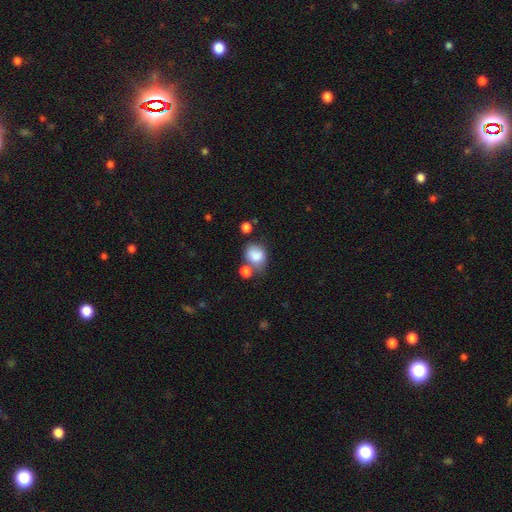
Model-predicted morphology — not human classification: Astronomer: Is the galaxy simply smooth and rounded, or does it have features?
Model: smooth — 82%.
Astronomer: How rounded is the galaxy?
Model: in between — 50% (runner-up: round, 49%).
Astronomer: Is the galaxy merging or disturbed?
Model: none — 44% (runner-up: merger, 26%).